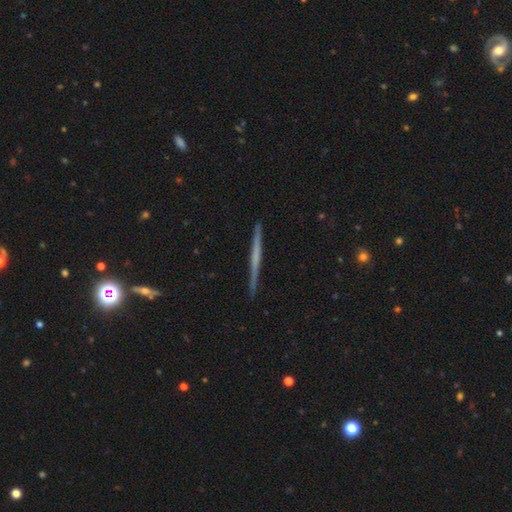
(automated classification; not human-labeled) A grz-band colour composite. It shows a featured or disk galaxy (61%) viewed edge-on (98%) with no central bulge (80%). Merging: none (92%).